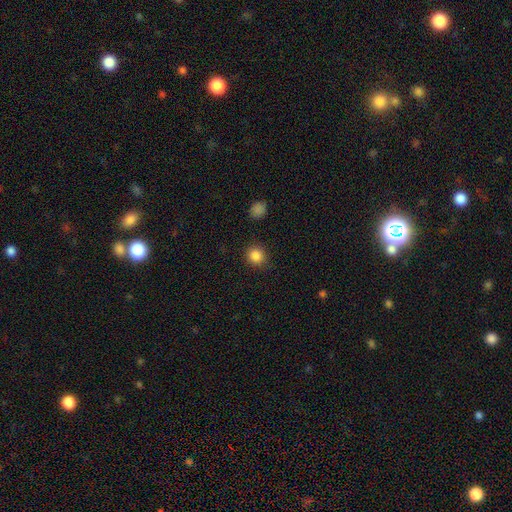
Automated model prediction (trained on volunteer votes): Overall: smooth (86%). How rounded: round (89%). Merging: none (88%).